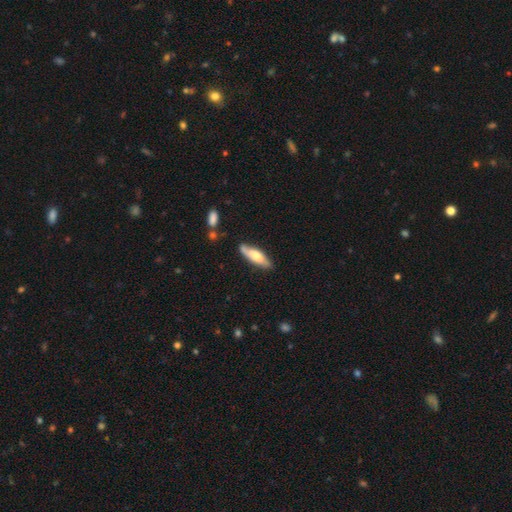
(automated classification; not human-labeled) Smooth or featured? Predicted: smooth (p=0.58). How rounded? Predicted: cigar-shaped (p=0.50). Merging? Predicted: none (p=0.72).